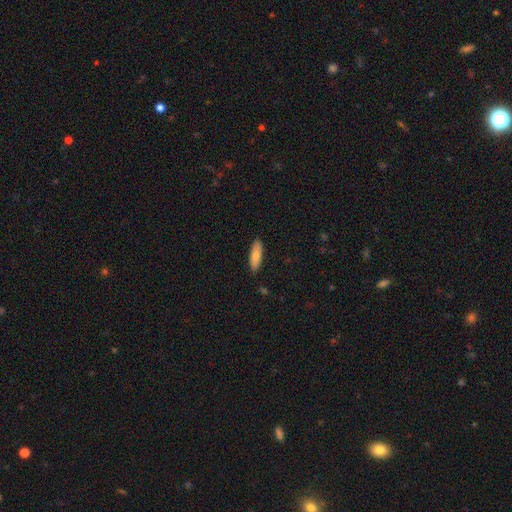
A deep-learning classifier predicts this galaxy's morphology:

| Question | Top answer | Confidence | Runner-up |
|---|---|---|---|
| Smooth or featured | smooth | 83% | featured or disk (11%) |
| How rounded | cigar-shaped | 50% | in between (49%) |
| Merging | none | 88% | minor disturbance (9%) |